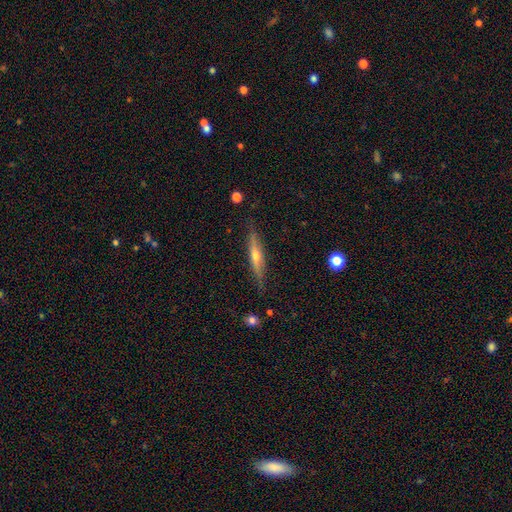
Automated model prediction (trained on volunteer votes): Overall: featured or disk (64%; smooth 29%). Edge-on disk: yes (95%). Edge-on bulge: rounded (81%). Merging: none (85%).